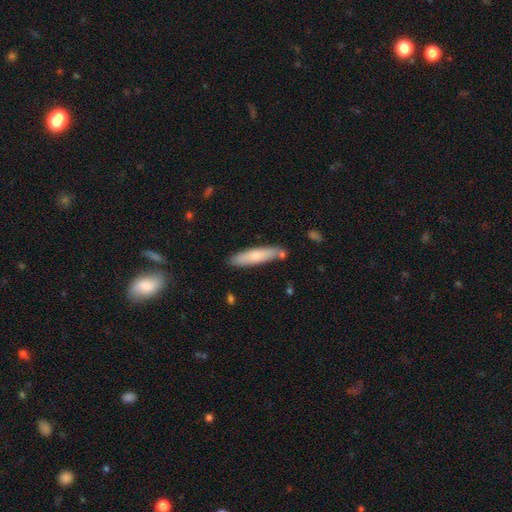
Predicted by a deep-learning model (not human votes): This is likely a smooth galaxy (70%). How rounded: clearly cigar-shaped (82%). Merging: clearly none (81%).